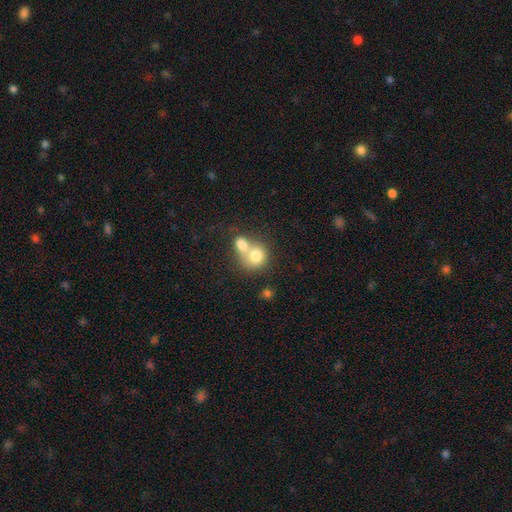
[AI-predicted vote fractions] Smooth or featured? Predicted: smooth (p=0.74). How rounded? Predicted: round (p=0.69). Merging? Predicted: merger (p=0.68).